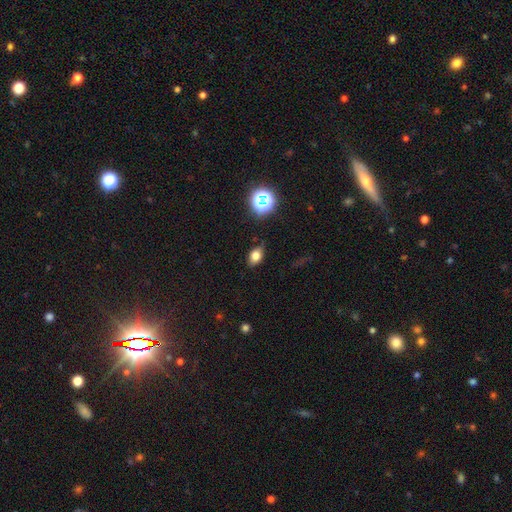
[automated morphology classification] Smooth or featured? smooth (73%)
How rounded? in between (82%)
Merging? none (81%)